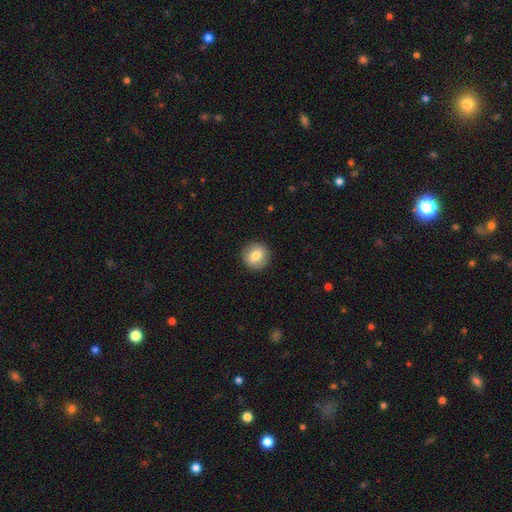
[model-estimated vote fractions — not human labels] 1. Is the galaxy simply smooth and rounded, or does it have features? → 78% smooth, 13% featured or disk, 8% star or artifact.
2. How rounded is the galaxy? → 93% round, 6% in between, 1% cigar-shaped.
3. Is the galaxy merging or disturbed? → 92% none, 6% minor disturbance, 2% major disturbance, 1% merger.